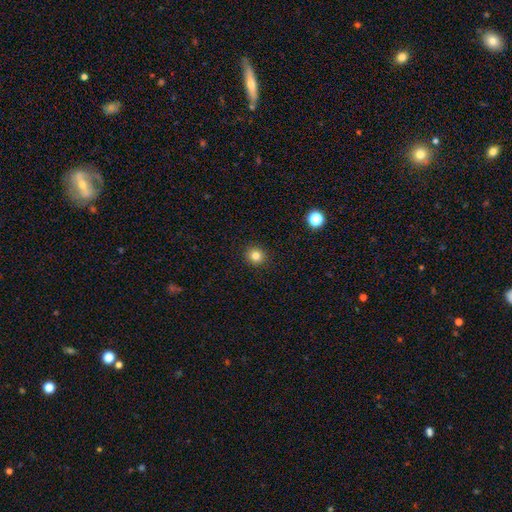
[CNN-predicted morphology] Smooth or featured? smooth (82%)
How rounded? round (91%)
Merging? none (92%)